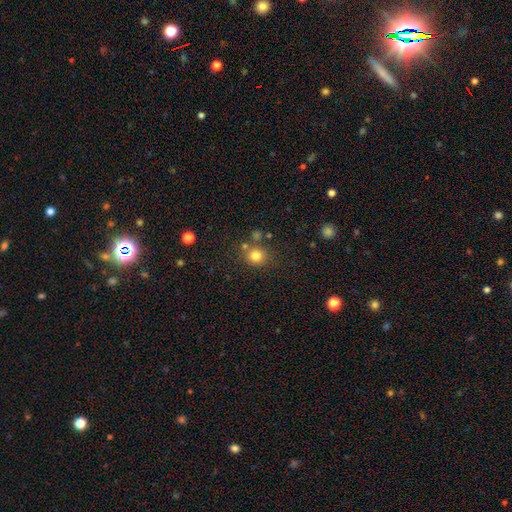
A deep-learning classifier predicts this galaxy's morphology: The model was most divided on "merging": none: 74%, merger: 12%, minor disturbance: 10%, major disturbance: 4%. More confident: how rounded — round (85%); smooth or featured — smooth (79%).